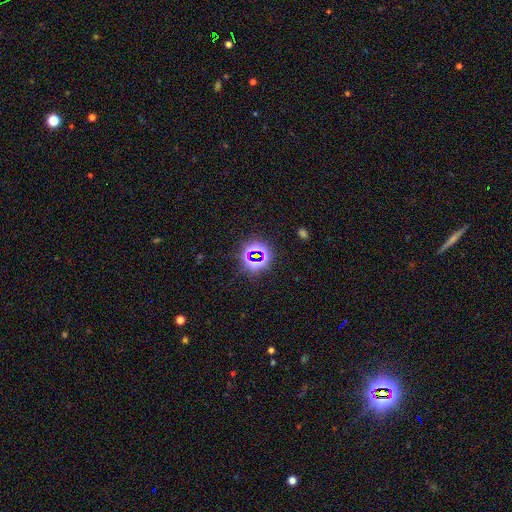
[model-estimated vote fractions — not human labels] Smooth or featured: star or artifact — 73% (smooth — 18%)